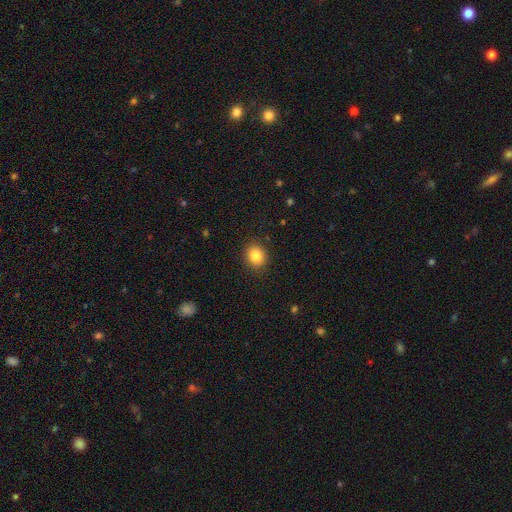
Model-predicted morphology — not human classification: type=smooth (85%); roundness=round (79%); merging=none (90%).